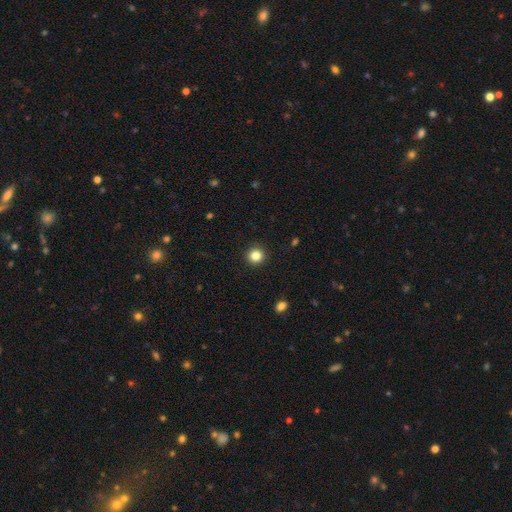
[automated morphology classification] This is clearly a smooth galaxy (83%). How rounded: clearly round (95%). Merging: clearly none (93%).